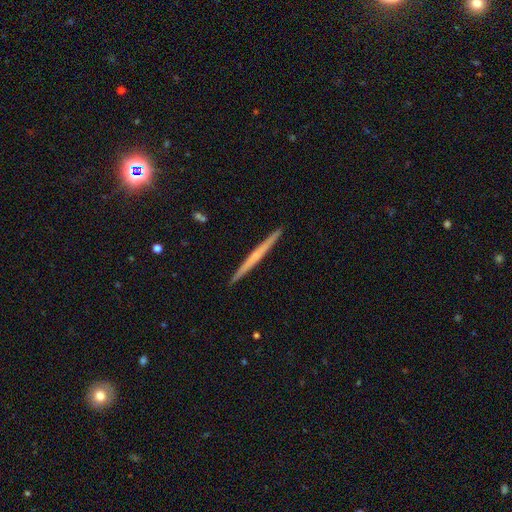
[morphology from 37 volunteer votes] A featured or disk galaxy (70%) viewed edge-on (96%) with no central bulge (52%). Merging: none (91%).